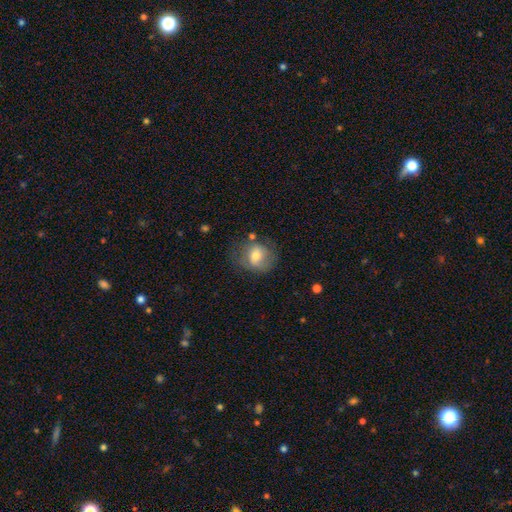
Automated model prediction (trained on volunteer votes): Morphology: type=smooth (56%); roundness=round (67%); merging=none (59%).